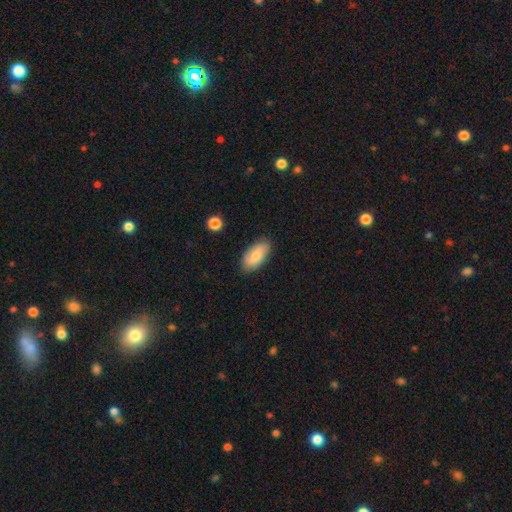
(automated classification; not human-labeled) A smooth galaxy with no disk features (79%) that is in between round and cigar-shaped (91%).

Vote fractions:
- Smooth or featured? smooth: 79% / featured or disk: 14% / star or artifact: 6%
- How rounded? in between: 91% / cigar-shaped: 6% / round: 2%
- Merging? none: 84% / minor disturbance: 13% / major disturbance: 2% / merger: 1%